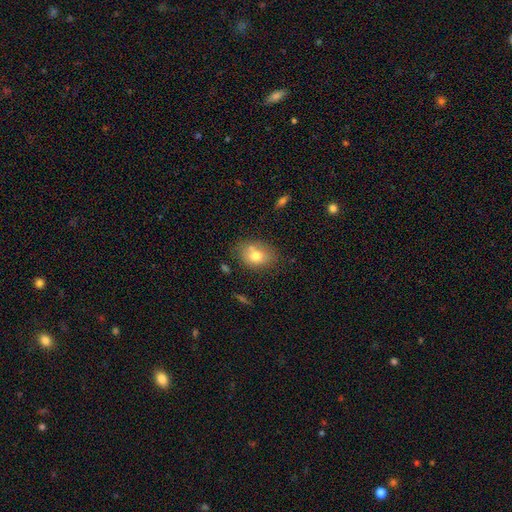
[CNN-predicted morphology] Q: Smooth or featured?
A: smooth (74%); runner-up: featured or disk (17%)
Q: How rounded?
A: in between (69%); runner-up: round (30%)
Q: Merging?
A: none (64%); runner-up: minor disturbance (22%)